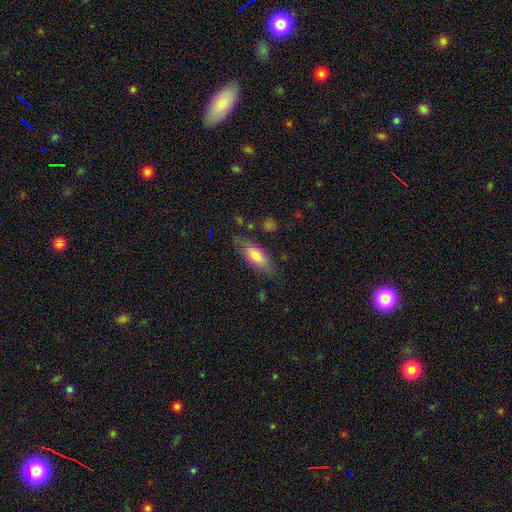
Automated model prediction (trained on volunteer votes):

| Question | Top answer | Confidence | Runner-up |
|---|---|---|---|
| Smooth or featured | smooth | 78% | featured or disk (15%) |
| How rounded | in between | 77% | cigar-shaped (21%) |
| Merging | none | 72% | minor disturbance (19%) |